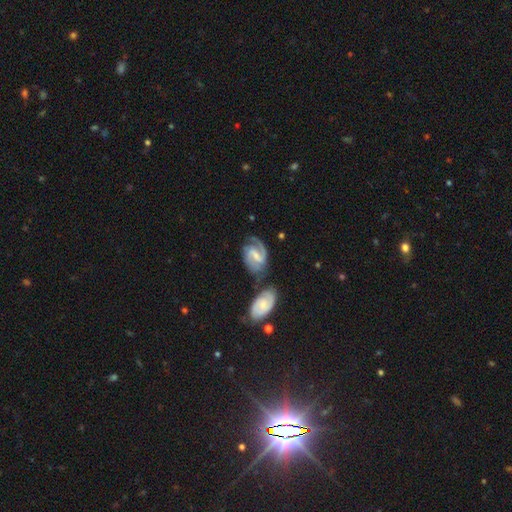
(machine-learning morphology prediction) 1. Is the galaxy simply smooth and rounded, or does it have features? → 85% featured or disk, 10% smooth, 5% star or artifact.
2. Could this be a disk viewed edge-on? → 97% no, 3% yes.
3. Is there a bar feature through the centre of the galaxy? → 50% weak, 35% strong, 16% no.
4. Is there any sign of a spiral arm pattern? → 96% yes, 4% no.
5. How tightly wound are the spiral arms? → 51% medium, 32% tight, 17% loose.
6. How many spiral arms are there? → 85% 2, 6% 1, 5% can't tell, 2% 3, 1% 4, 1% more than 4.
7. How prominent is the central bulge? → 51% small, 28% moderate, 16% none, 3% large, 1% dominant.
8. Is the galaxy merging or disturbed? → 58% none, 17% minor disturbance, 17% merger, 8% major disturbance.